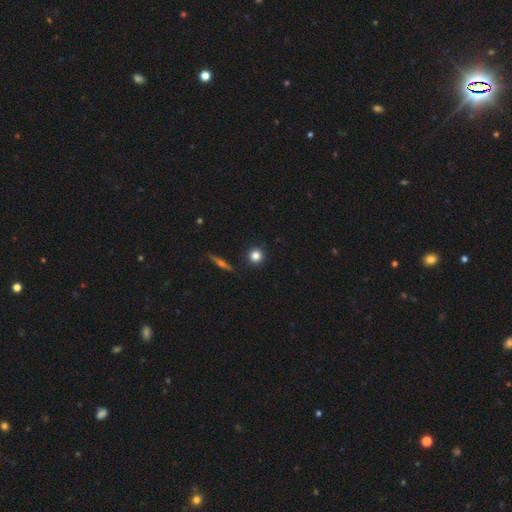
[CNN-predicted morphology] A smooth galaxy with no disk features (81%) that is round (94%).

Vote fractions:
- Smooth or featured? smooth: 81% / star or artifact: 10% / featured or disk: 8%
- How rounded? round: 94% / in between: 5% / cigar-shaped: 1%
- Merging? none: 91% / minor disturbance: 5% / merger: 2% / major disturbance: 2%